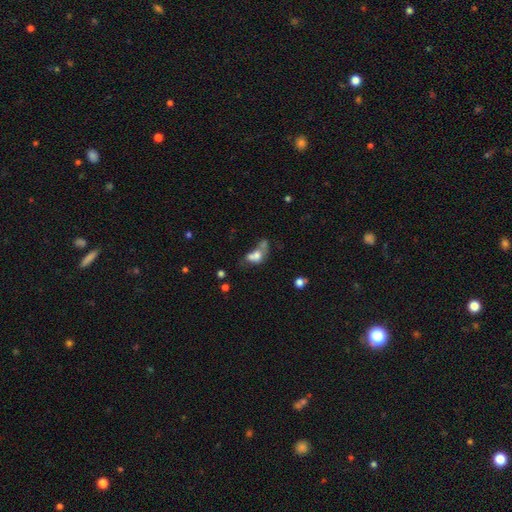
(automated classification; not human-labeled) smooth-or-featured: smooth: 64% | featured or disk: 23% | star or artifact: 13%
  how-rounded: in between: 61% | round: 36% | cigar-shaped: 3%
  merging: merger: 62% | none: 16% | major disturbance: 12% | minor disturbance: 9%